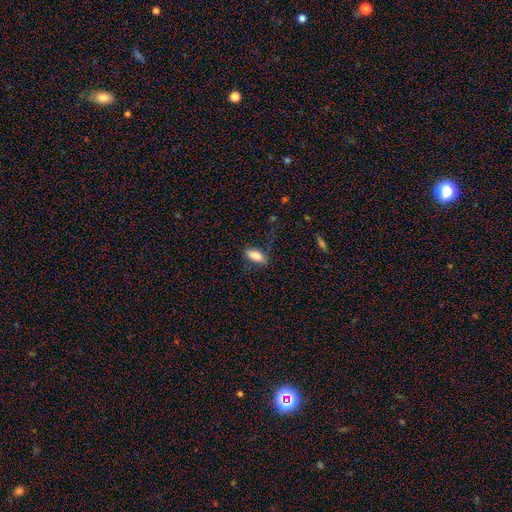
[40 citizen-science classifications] Q: Smooth or featured?
A: smooth (75%); runner-up: featured or disk (18%)
Q: How rounded?
A: in between (83%); runner-up: cigar-shaped (10%)
Q: Merging?
A: none (65%); runner-up: minor disturbance (24%)